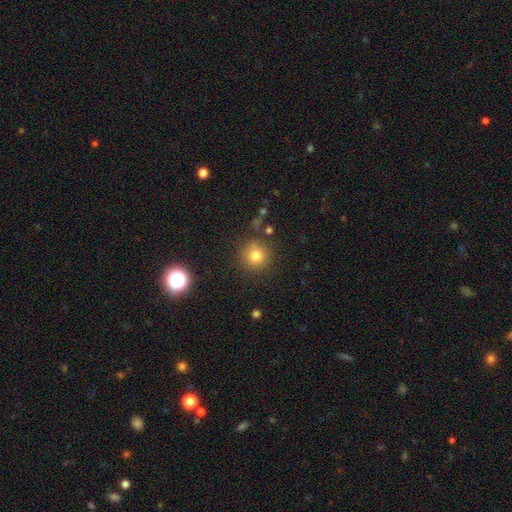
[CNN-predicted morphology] A smooth galaxy with no disk features (77%) that is round (93%). Merging: none (84%).